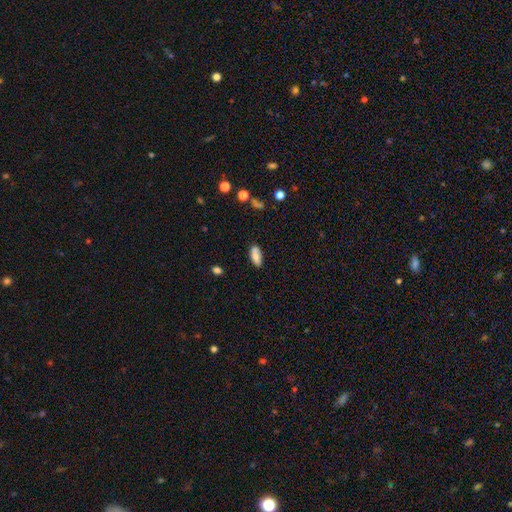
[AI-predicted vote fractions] Morphology: type=smooth (79%); roundness=in between (86%); merging=none (78%).